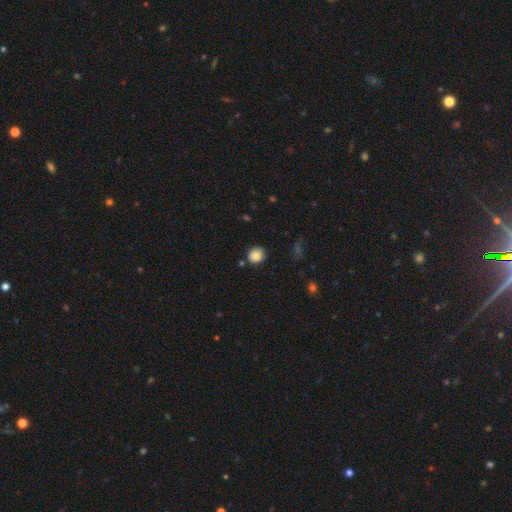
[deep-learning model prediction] smooth-or-featured: smooth: 84% | star or artifact: 10% | featured or disk: 7%
  how-rounded: round: 82% | in between: 17% | cigar-shaped: 1%
  merging: none: 84% | minor disturbance: 10% | merger: 4% | major disturbance: 2%